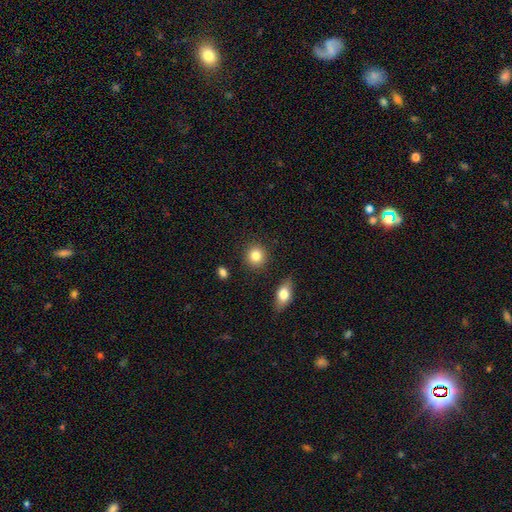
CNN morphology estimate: The model was most divided on "smooth or featured": smooth: 85%, star or artifact: 9%, featured or disk: 7%. More confident: merging — none (89%); how rounded — round (89%).